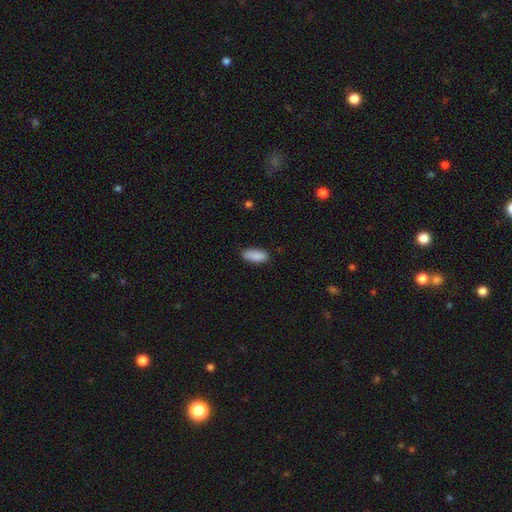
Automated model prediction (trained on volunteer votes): A smooth galaxy with no disk features (90%) that is in between round and cigar-shaped (87%). Merging: none (85%).